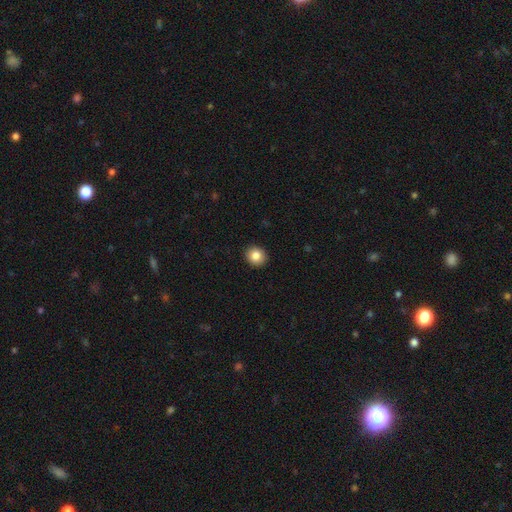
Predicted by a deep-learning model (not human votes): smooth-or-featured: smooth: 84% | star or artifact: 9% | featured or disk: 6%
  how-rounded: round: 82% | in between: 17% | cigar-shaped: 1%
  merging: none: 92% | minor disturbance: 5% | major disturbance: 2% | merger: 1%